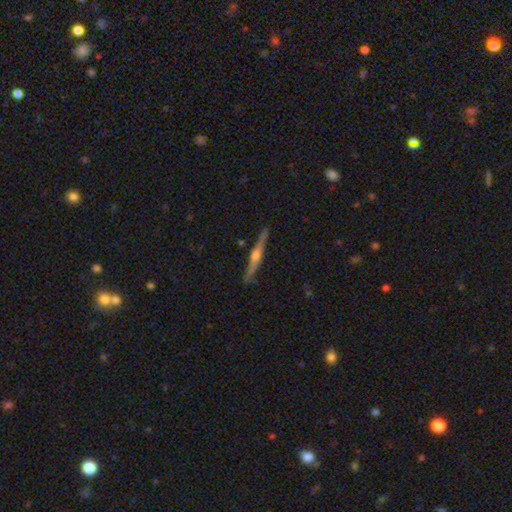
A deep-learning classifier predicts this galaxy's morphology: Smooth or featured? featured or disk (76%)
Edge-on disk? yes (98%)
Edge-on bulge? rounded (88%)
Merging? none (88%)